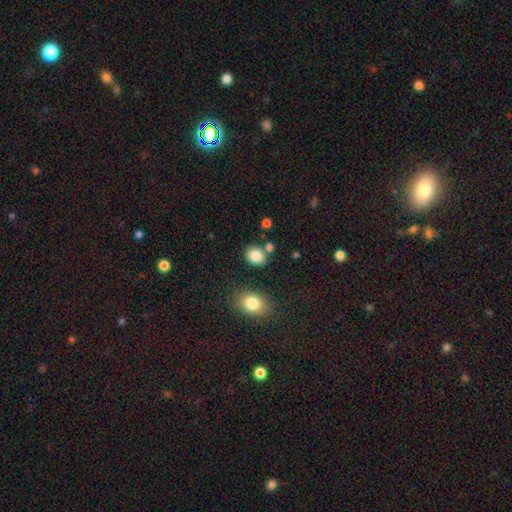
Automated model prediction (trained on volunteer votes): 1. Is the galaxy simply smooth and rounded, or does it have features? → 85% smooth, 10% star or artifact, 5% featured or disk.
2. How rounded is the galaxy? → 55% round, 44% in between, 1% cigar-shaped.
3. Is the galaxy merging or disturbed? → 74% none, 12% minor disturbance, 11% merger, 4% major disturbance.